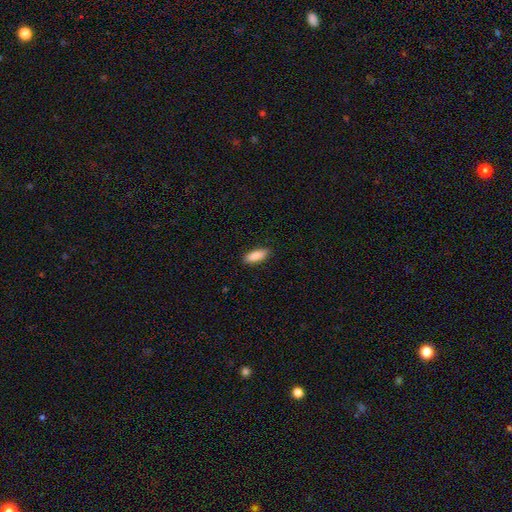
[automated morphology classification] type=smooth (89%); roundness=in between (73%); merging=none (88%).